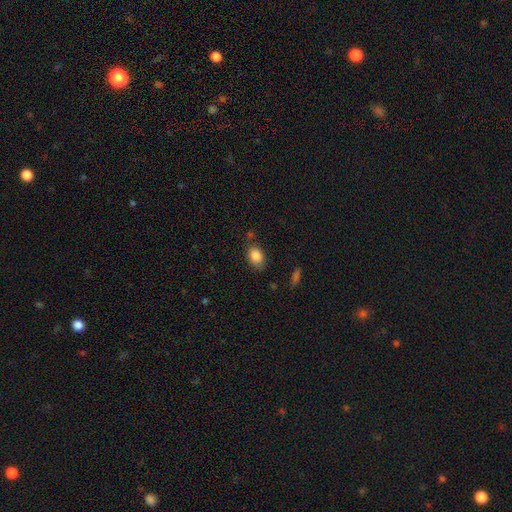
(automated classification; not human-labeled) A smooth galaxy with no disk features (86%) that is in between round and cigar-shaped (83%). Merging: none (73%).